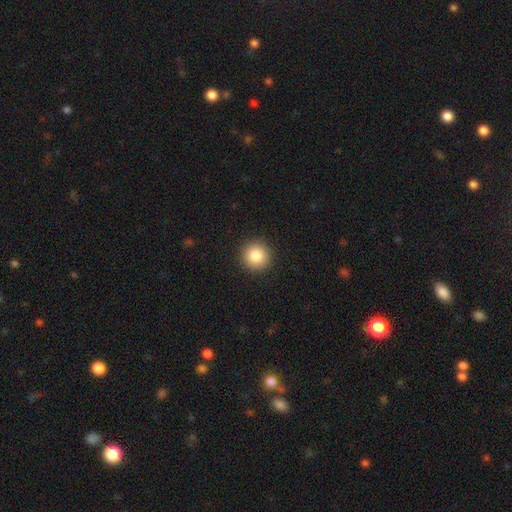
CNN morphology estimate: Q: Smooth or featured?
A: smooth (86%); runner-up: star or artifact (9%)
Q: How rounded?
A: round (95%); runner-up: in between (4%)
Q: Merging?
A: none (92%); runner-up: minor disturbance (5%)